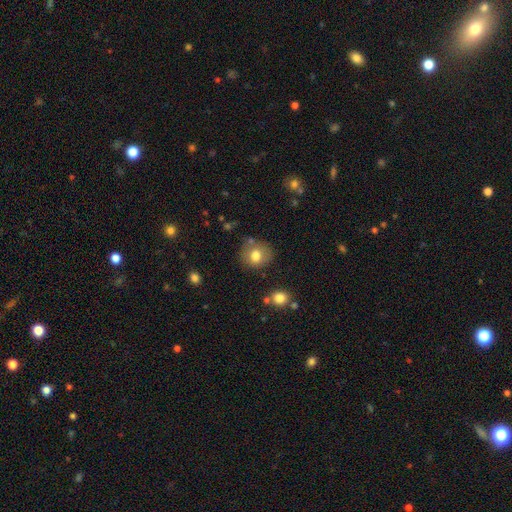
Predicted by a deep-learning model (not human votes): Smooth or featured? Predicted: smooth (p=0.77). How rounded? Predicted: round (p=0.83). Merging? Predicted: none (p=0.76).